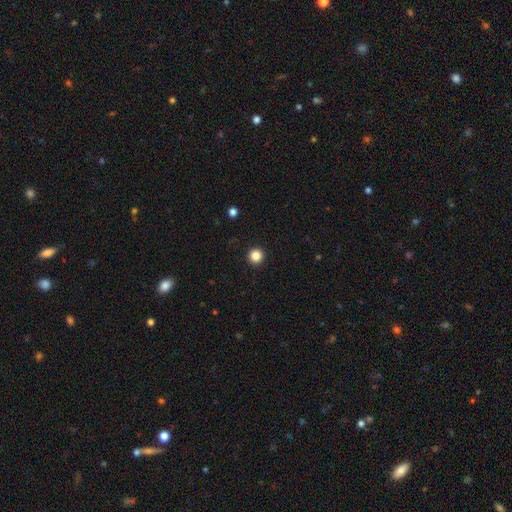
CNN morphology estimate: Q: Smooth or featured?
A: smooth (85%); runner-up: star or artifact (11%)
Q: How rounded?
A: round (96%); runner-up: in between (3%)
Q: Merging?
A: none (94%); runner-up: minor disturbance (4%)